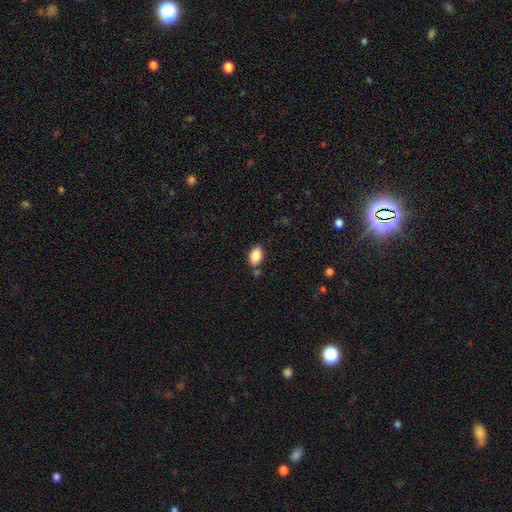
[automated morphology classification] Smooth or featured: smooth — 88% (star or artifact — 8%)
How rounded: in between — 90% (round — 9%)
Merging: none — 77% (minor disturbance — 13%)